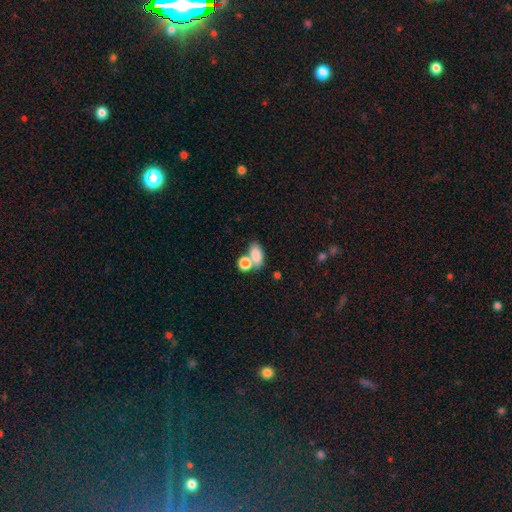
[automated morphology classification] smooth-or-featured: smooth: 81% | featured or disk: 10% | star or artifact: 9%
  how-rounded: in between: 85% | round: 11% | cigar-shaped: 3%
  merging: none: 43% | merger: 41% | minor disturbance: 11% | major disturbance: 5%